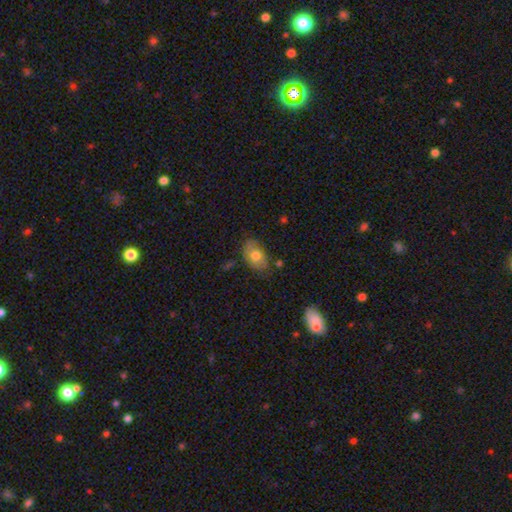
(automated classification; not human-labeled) Smooth or featured? smooth (74%)
How rounded? in between (87%)
Merging? none (68%)